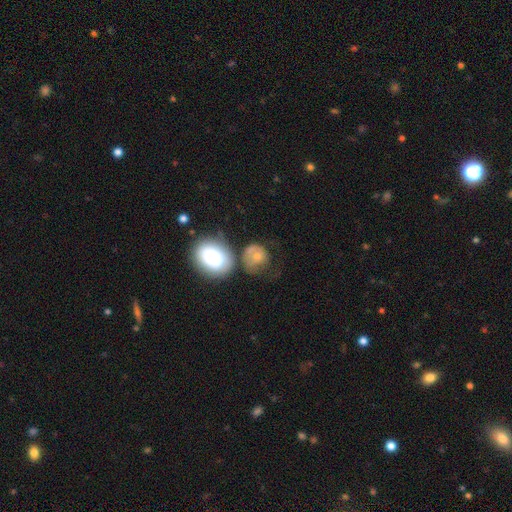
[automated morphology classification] Smooth or featured? smooth (65%)
How rounded? round (69%)
Merging? none (36%)